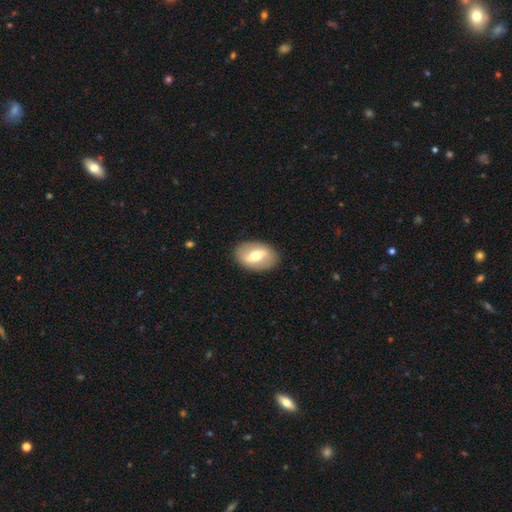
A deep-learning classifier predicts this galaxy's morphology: Overall: smooth (47%, tied with featured or disk). Merging: none (88%).